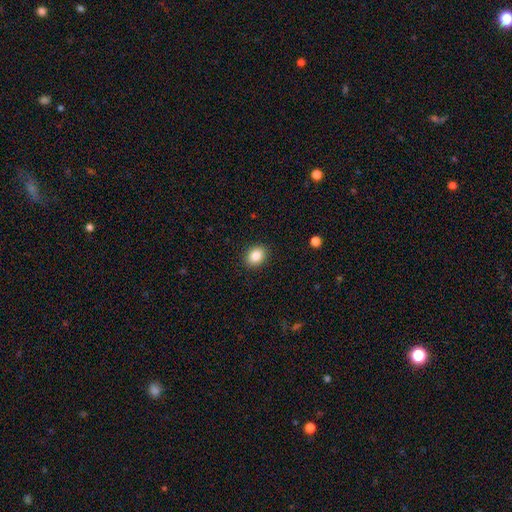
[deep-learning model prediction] Q: Smooth or featured?
A: smooth (85%); runner-up: star or artifact (9%)
Q: How rounded?
A: in between (59%); runner-up: round (40%)
Q: Merging?
A: none (90%); runner-up: minor disturbance (7%)